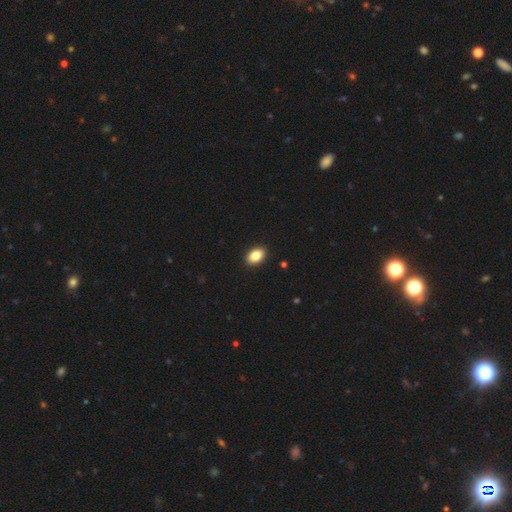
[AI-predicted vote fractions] Overall: smooth (87%). How rounded: in between (86%). Merging: none (91%).